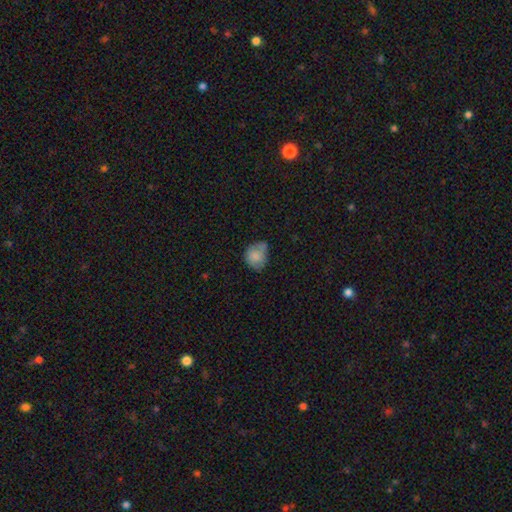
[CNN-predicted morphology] The model was most divided on "merging": none: 42%, minor disturbance: 41%, major disturbance: 12%, merger: 5%. More confident: smooth or featured — smooth (78%); how rounded — round (60%).